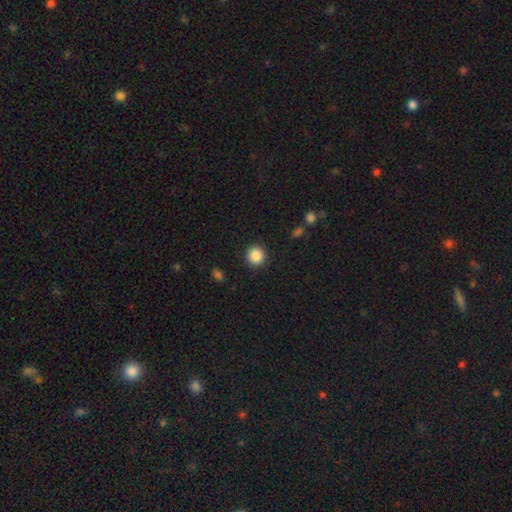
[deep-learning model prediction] The model was most divided on "smooth or featured": smooth: 87%, star or artifact: 9%, featured or disk: 3%. More confident: how rounded — round (93%); merging — none (91%).